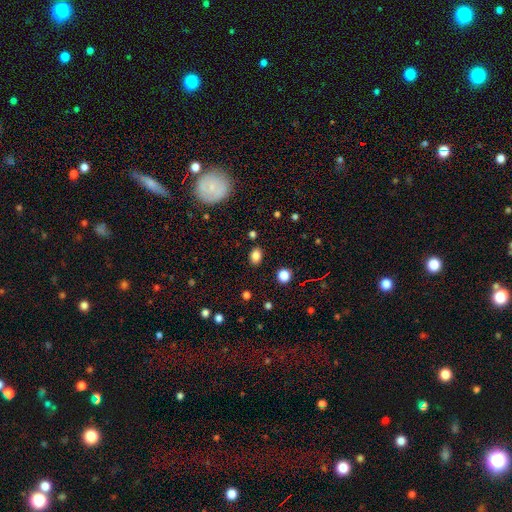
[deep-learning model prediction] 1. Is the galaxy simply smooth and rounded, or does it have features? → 83% smooth, 11% star or artifact, 5% featured or disk.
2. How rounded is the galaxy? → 73% in between, 25% round, 1% cigar-shaped.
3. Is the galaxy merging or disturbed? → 86% none, 9% minor disturbance, 3% major disturbance, 2% merger.